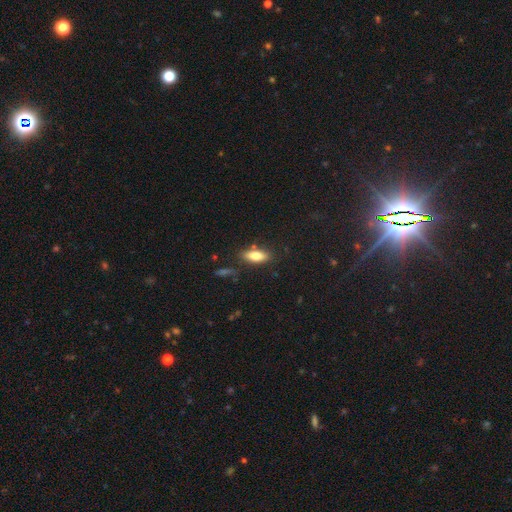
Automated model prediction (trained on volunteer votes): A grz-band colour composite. It shows a smooth galaxy with no disk features (80%) that is in between round and cigar-shaped (79%). Merging: none (79%).